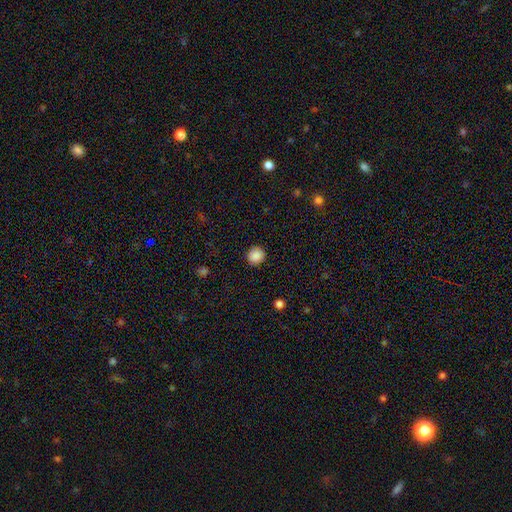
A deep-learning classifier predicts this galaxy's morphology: Smooth or featured: smooth — 88% (star or artifact — 9%)
How rounded: round — 91% (in between — 8%)
Merging: none — 92% (minor disturbance — 5%)